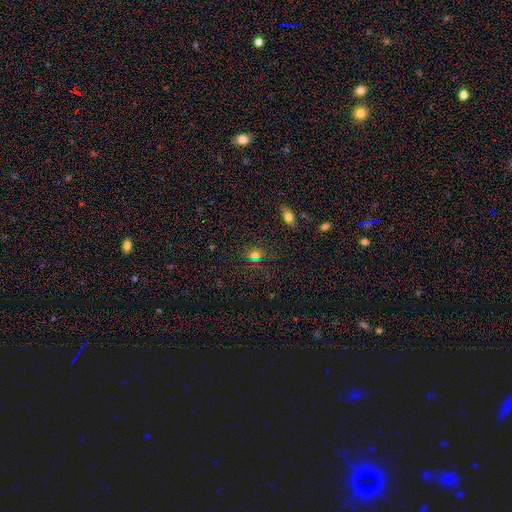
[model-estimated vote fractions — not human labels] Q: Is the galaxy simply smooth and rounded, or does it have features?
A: smooth — 62%.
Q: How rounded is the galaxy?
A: round — 74%.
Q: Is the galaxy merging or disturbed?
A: none — 80%.